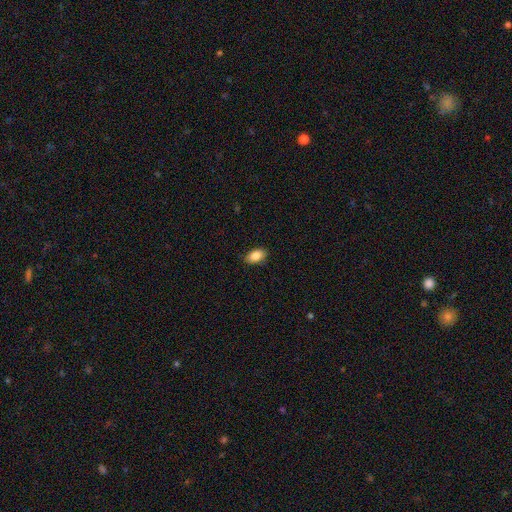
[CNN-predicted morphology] Smooth or featured? smooth (86%)
How rounded? in between (90%)
Merging? none (85%)